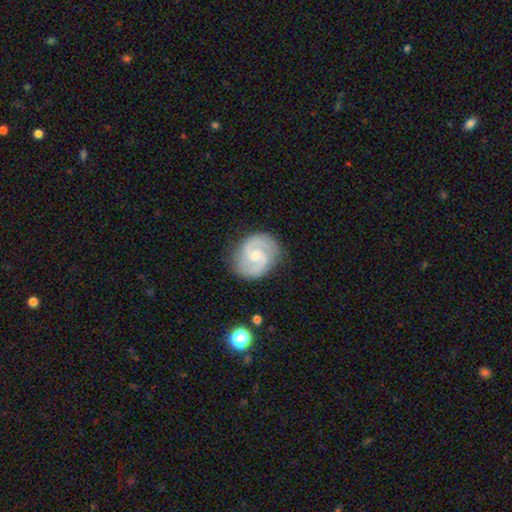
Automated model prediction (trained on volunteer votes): smooth-or-featured: featured or disk: 87% | smooth: 8% | star or artifact: 5%
  disk-edge-on: no: 98% | yes: 2%
    bar: weak: 48% | no: 44% | strong: 8%
    has-spiral-arms: yes: 97% | no: 3%
      spiral-winding: medium: 52% | tight: 38% | loose: 10%
      spiral-arm-count: 2: 91% | can't tell: 3% | 3: 2% | 1: 1% | 4: 1% | more than 4: 1%
    bulge-size: small: 50% | moderate: 45% | none: 3% | large: 2% | dominant: 1%
  merging: none: 83% | minor disturbance: 12% | major disturbance: 3% | merger: 1%